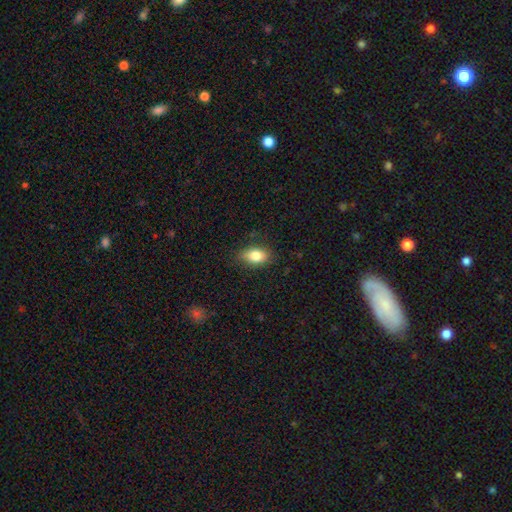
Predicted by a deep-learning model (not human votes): Smooth or featured? Predicted: smooth (p=0.83). How rounded? Predicted: in between (p=0.86). Merging? Predicted: none (p=0.80).